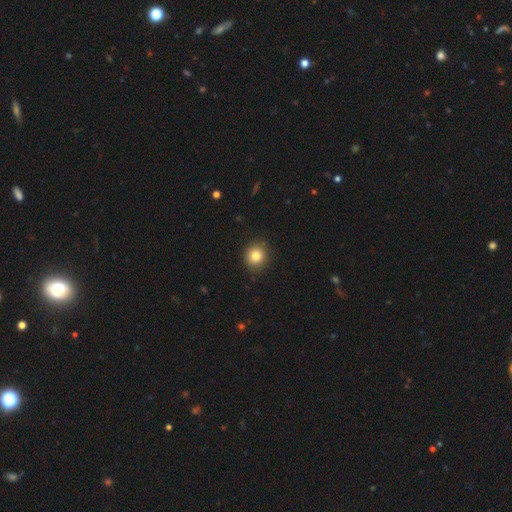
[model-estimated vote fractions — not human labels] smooth 83%, star or artifact 10%, featured or disk 6%. Down the decision tree: how rounded — round (86%); merging — none (89%).